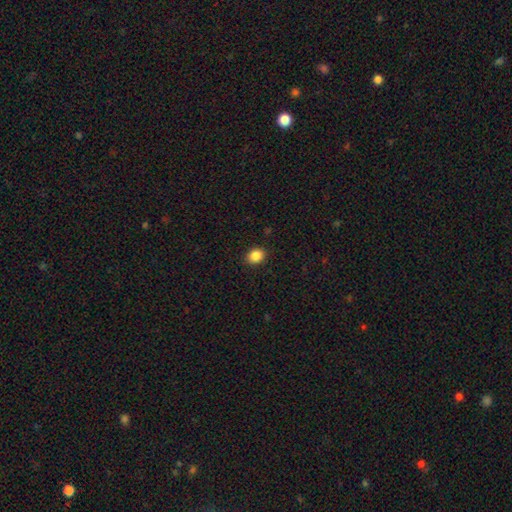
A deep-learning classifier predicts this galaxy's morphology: Smooth or featured?
  - smooth: 87% *
  - star or artifact: 10%
  - featured or disk: 3%
How rounded?
  - round: 50% *
  - in between: 49%
  - cigar-shaped: 1%
Merging?
  - none: 89% *
  - minor disturbance: 8%
  - major disturbance: 2%
  - merger: 1%